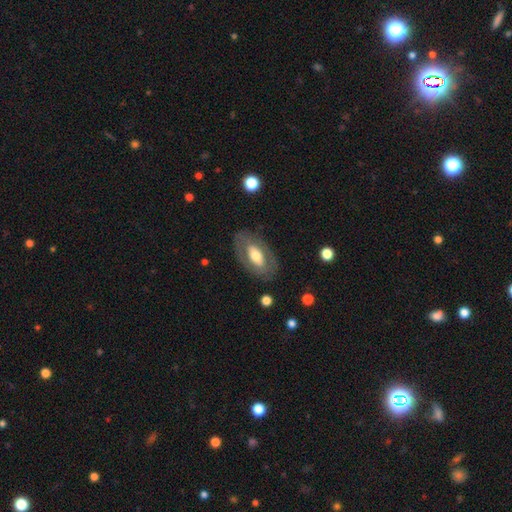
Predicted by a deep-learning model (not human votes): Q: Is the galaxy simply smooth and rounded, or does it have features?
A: featured or disk — 51%.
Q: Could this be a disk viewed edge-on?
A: no — 88%.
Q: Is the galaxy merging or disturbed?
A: none — 79%.